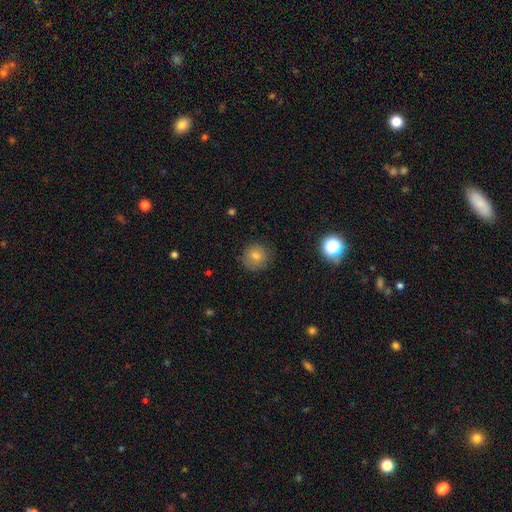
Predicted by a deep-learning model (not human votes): smooth-or-featured: smooth: 75% | star or artifact: 14% | featured or disk: 11%
  how-rounded: round: 92% | in between: 7% | cigar-shaped: 1%
  merging: none: 86% | minor disturbance: 10% | major disturbance: 3% | merger: 1%